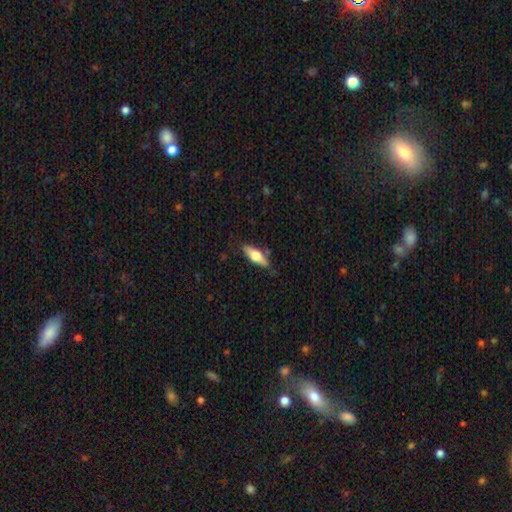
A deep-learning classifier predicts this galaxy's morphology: Smooth or featured? Predicted: smooth (p=0.51). How rounded? Predicted: in between (p=0.51). Merging? Predicted: none (p=0.78).